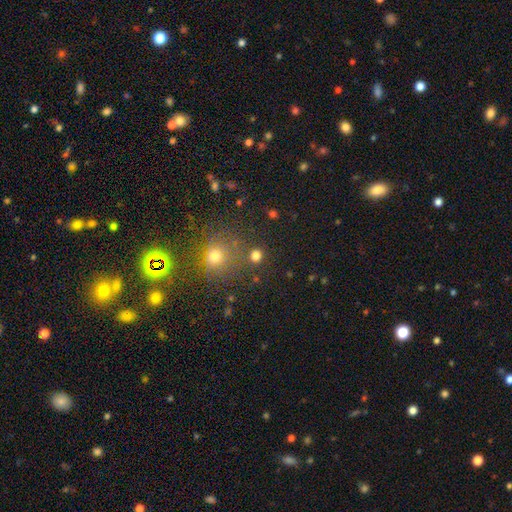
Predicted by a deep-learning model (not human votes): Overall: smooth (76%). How rounded: round (86%). Merging: none (80%).